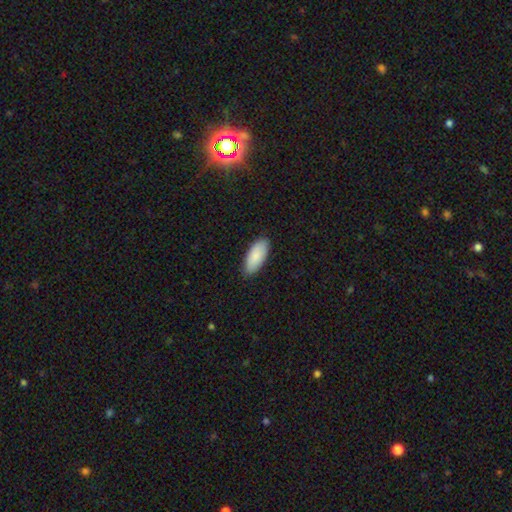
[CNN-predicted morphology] A smooth galaxy with no disk features (87%) that is in between round and cigar-shaped (87%). Merging: none (86%).